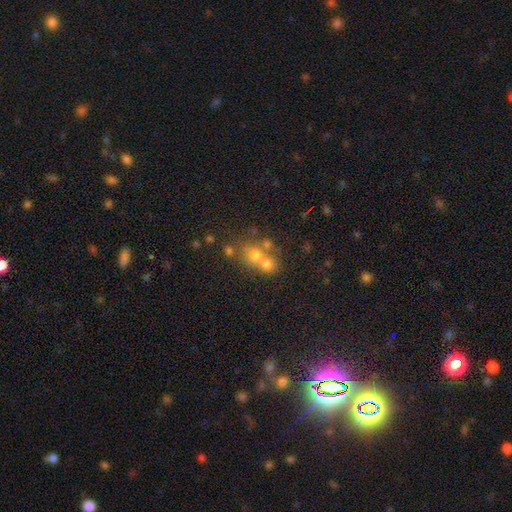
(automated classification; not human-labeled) Morphology: type=smooth (50%); roundness=round (64%); merging=merger (52%).